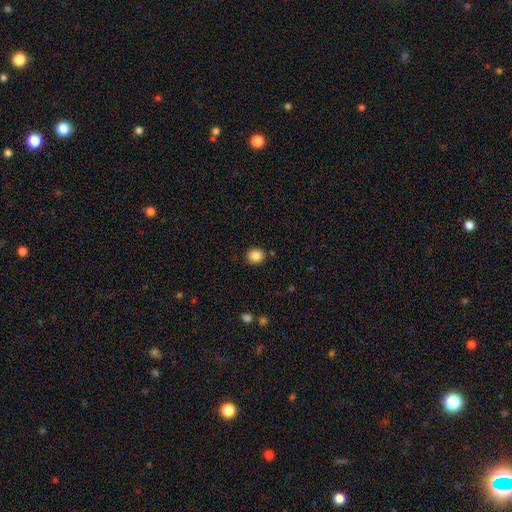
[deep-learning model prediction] A smooth galaxy with no disk features (85%) that is round (69%). Merging: none (86%).